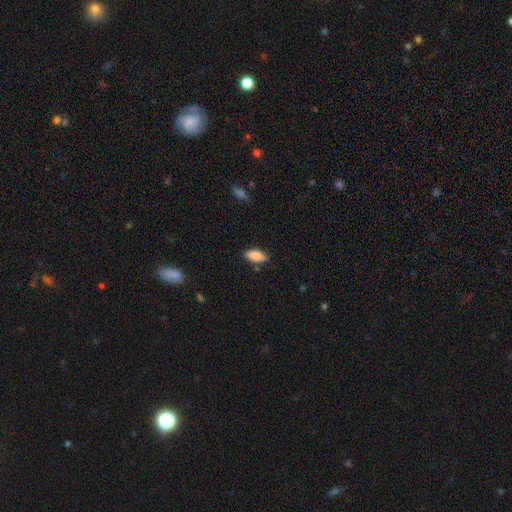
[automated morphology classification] Smooth or featured? Predicted: smooth (p=0.82). How rounded? Predicted: in between (p=0.78). Merging? Predicted: none (p=0.84).